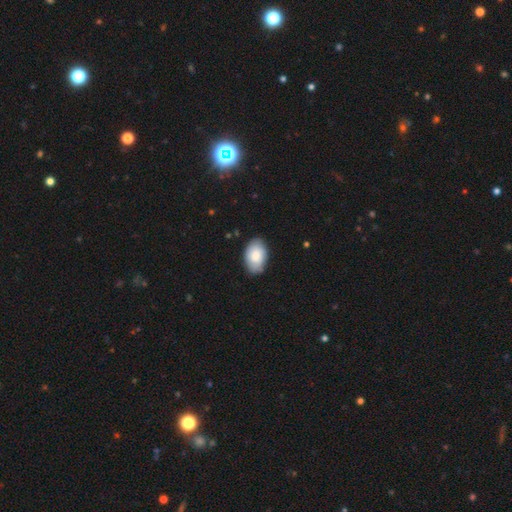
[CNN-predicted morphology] smooth 82%, featured or disk 13%, star or artifact 6%. Down the decision tree: how rounded — in between (91%); merging — none (80%).